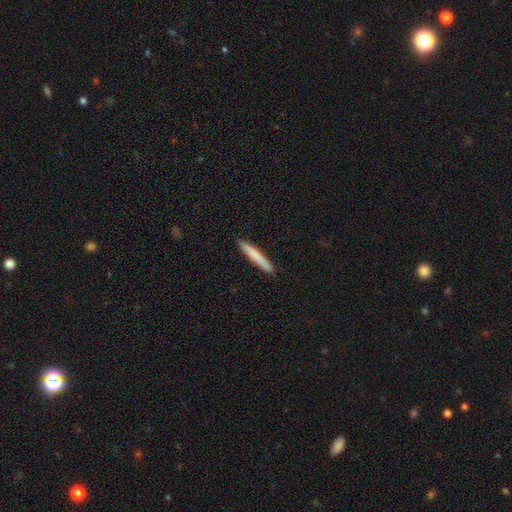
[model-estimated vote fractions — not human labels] smooth_or_featured: smooth (p=0.76) [alt: featured or disk p=0.18]
how_rounded: cigar-shaped (p=0.96) [alt: in between p=0.03]
merging: none (p=0.92) [alt: minor disturbance p=0.06]